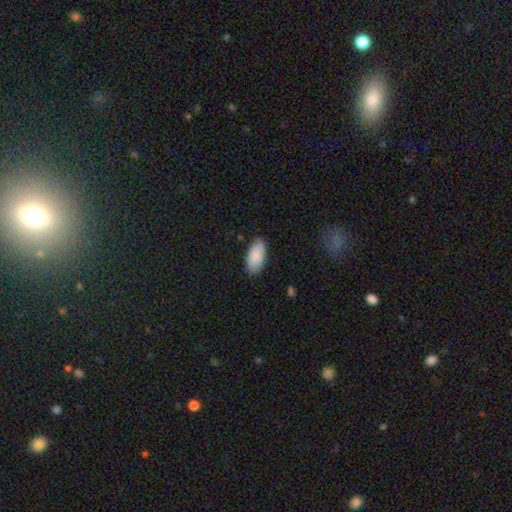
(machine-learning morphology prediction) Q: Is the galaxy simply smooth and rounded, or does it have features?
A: smooth — 87%.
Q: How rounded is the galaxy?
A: in between — 94%.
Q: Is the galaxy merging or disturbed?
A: none — 80%.